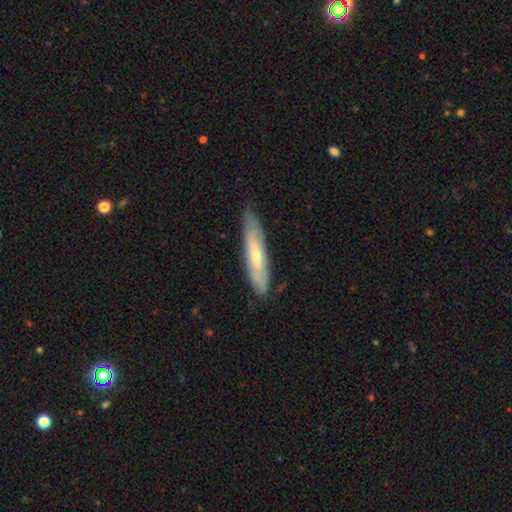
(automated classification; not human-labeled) smooth_or_featured: featured or disk (p=0.50) [alt: smooth p=0.44]
merging: none (p=0.80) [alt: minor disturbance p=0.16]